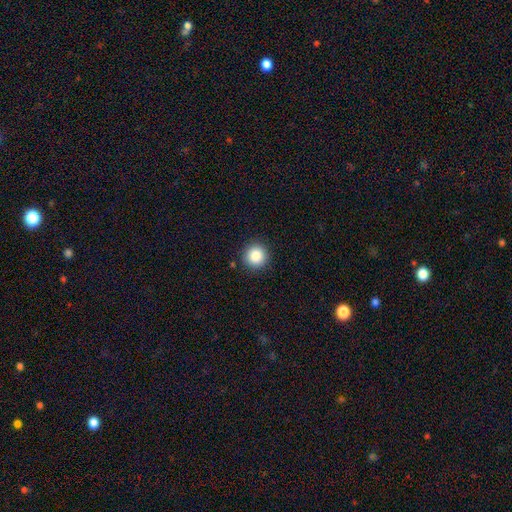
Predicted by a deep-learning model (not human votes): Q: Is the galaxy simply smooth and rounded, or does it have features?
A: smooth — 86%.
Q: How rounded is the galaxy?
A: round — 94%.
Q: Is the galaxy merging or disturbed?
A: none — 91%.